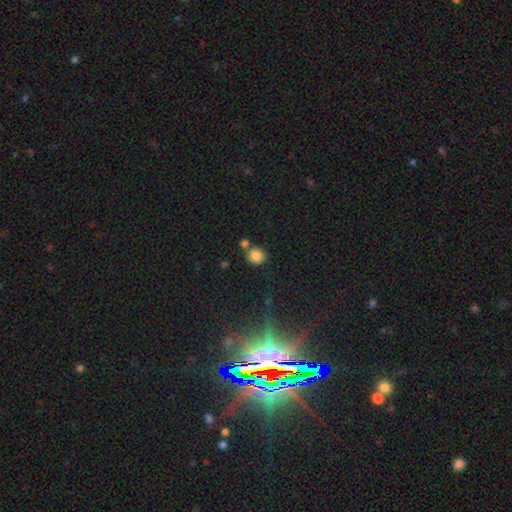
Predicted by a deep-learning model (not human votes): A smooth galaxy with no disk features (83%) that is round (86%).

Vote fractions:
- Smooth or featured? smooth: 83% / star or artifact: 11% / featured or disk: 5%
- How rounded? round: 86% / in between: 13% / cigar-shaped: 1%
- Merging? none: 65% / merger: 22% / minor disturbance: 9% / major disturbance: 3%